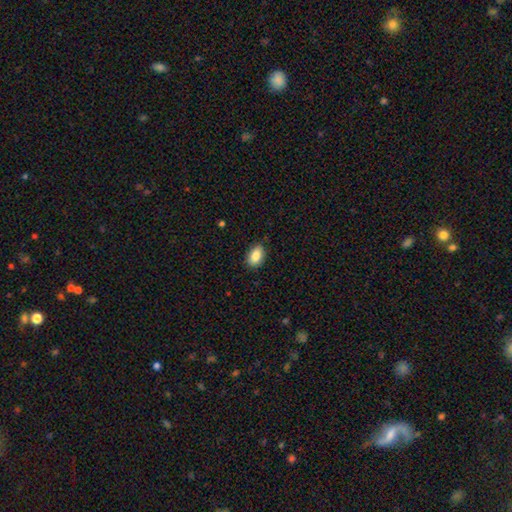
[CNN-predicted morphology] smooth 86%, star or artifact 7%, featured or disk 6%. Down the decision tree: how rounded — in between (91%); merging — none (82%).